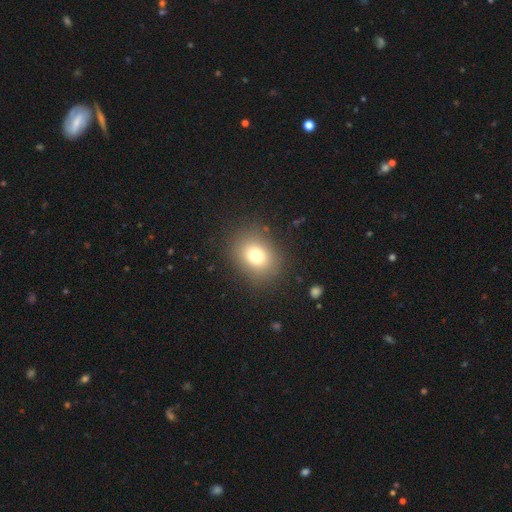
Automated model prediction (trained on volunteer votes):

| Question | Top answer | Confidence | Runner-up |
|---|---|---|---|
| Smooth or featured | smooth | 76% | star or artifact (14%) |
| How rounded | round | 59% | in between (40%) |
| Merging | none | 85% | minor disturbance (9%) |